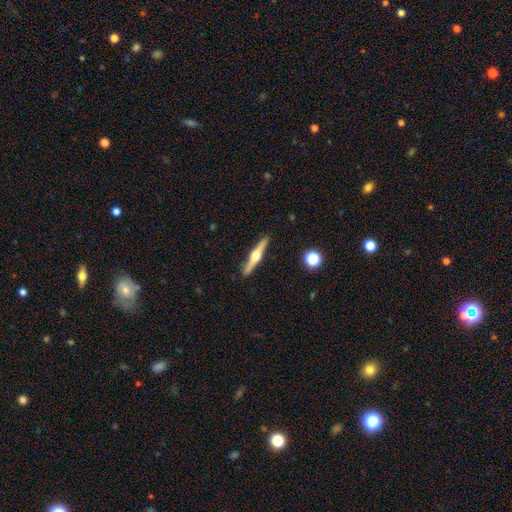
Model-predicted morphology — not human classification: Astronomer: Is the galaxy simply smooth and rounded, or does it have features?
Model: featured or disk — 73%.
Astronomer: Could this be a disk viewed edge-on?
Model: yes — 98%.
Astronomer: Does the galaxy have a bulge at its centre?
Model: rounded — 95%.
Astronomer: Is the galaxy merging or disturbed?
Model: none — 91%.